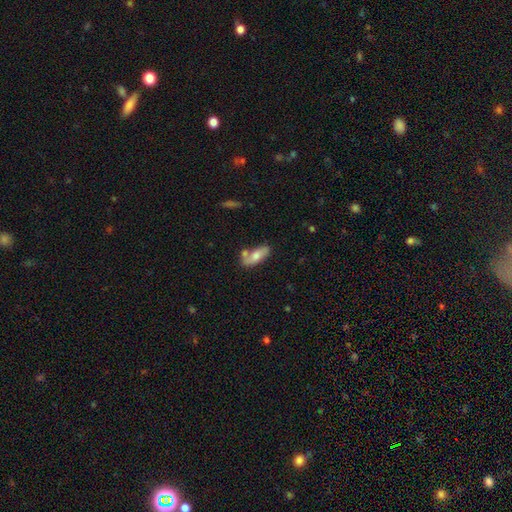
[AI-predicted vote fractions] Smooth or featured? Predicted: smooth (p=0.63). How rounded? Predicted: in between (p=0.77). Merging? Predicted: none (p=0.53).